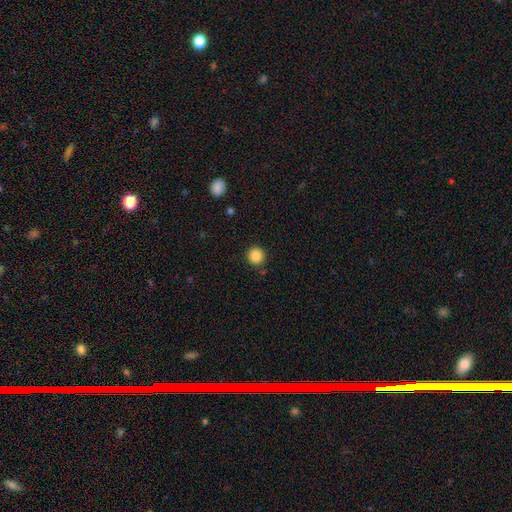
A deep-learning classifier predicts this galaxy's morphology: Smooth or featured: smooth — 87% (star or artifact — 10%)
How rounded: round — 93% (in between — 6%)
Merging: none — 89% (minor disturbance — 7%)